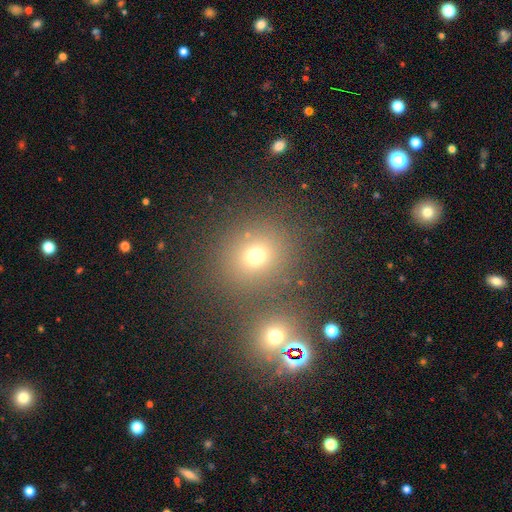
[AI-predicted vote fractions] smooth-or-featured: smooth: 70% | star or artifact: 21% | featured or disk: 10%
  how-rounded: round: 82% | in between: 17% | cigar-shaped: 1%
  merging: none: 70% | merger: 18% | minor disturbance: 8% | major disturbance: 4%